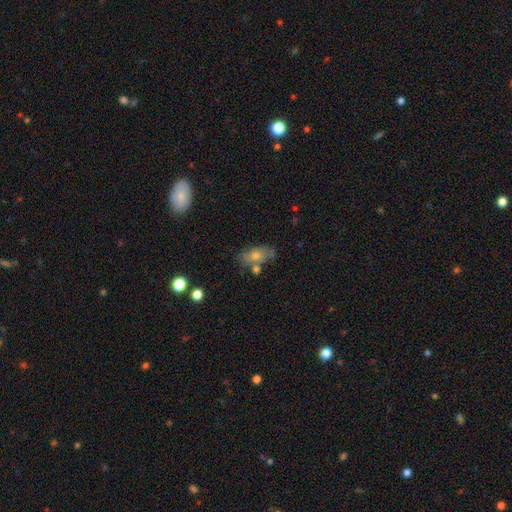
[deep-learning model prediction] smooth-or-featured: smooth: 55% | featured or disk: 32% | star or artifact: 13%
  how-rounded: in between: 80% | round: 12% | cigar-shaped: 8%
  merging: none: 61% | minor disturbance: 19% | merger: 14% | major disturbance: 7%